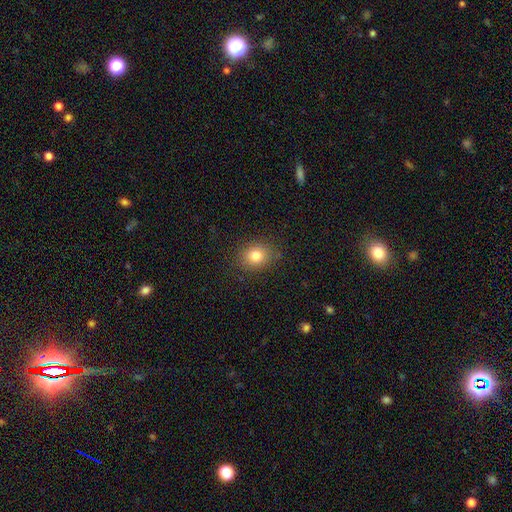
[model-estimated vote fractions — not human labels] Q: Smooth or featured?
A: smooth (81%); runner-up: star or artifact (11%)
Q: How rounded?
A: round (62%); runner-up: in between (37%)
Q: Merging?
A: none (85%); runner-up: minor disturbance (11%)